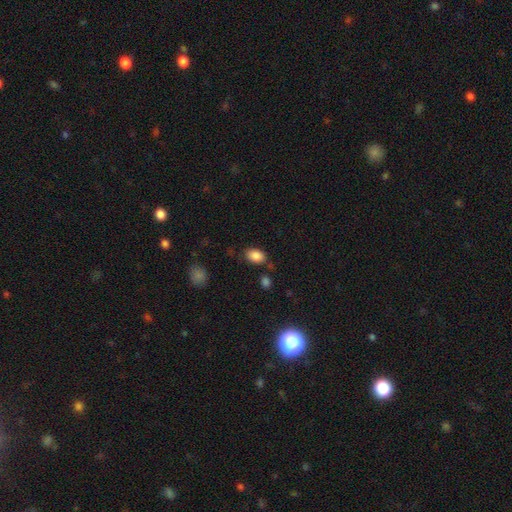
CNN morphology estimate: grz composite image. It shows a smooth galaxy with no disk features (86%) that is in between round and cigar-shaped (82%). Merging: none (77%).